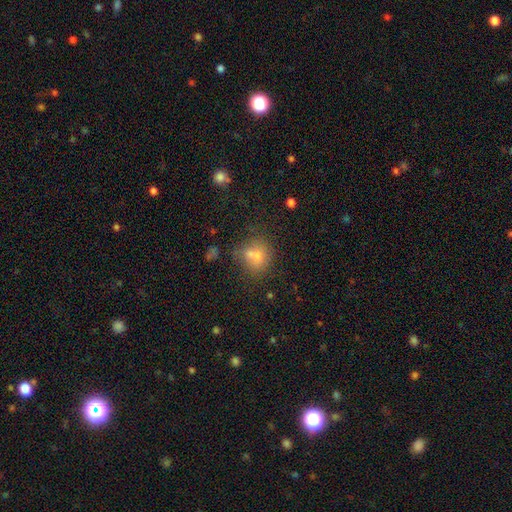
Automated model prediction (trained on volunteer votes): This is likely a smooth galaxy (68%). How rounded: likely round (69%). Merging: possibly none (46%).